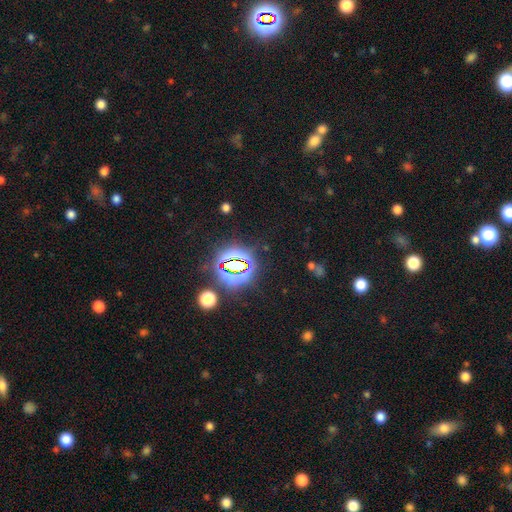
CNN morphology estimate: This is clearly a star or artifact rather than a galaxy (81%).